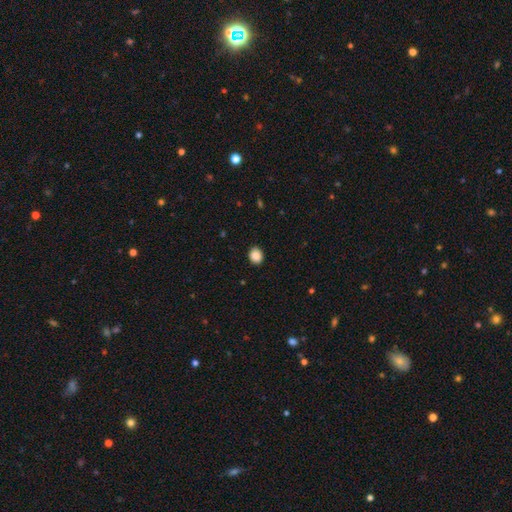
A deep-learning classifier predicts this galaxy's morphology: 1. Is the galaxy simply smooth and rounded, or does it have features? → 89% smooth, 9% star or artifact, 3% featured or disk.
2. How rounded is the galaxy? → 59% round, 40% in between, 1% cigar-shaped.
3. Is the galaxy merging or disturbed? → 90% none, 7% minor disturbance, 2% major disturbance, 1% merger.